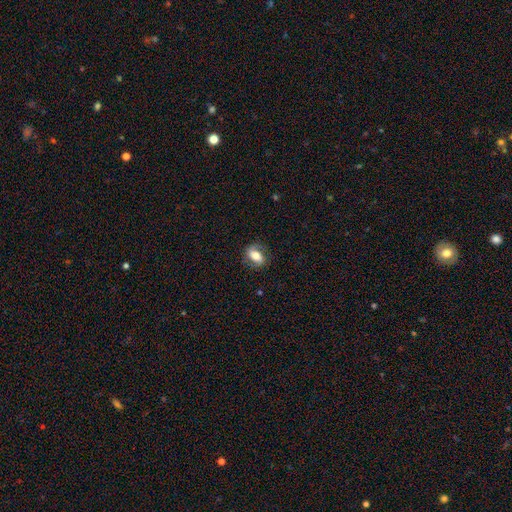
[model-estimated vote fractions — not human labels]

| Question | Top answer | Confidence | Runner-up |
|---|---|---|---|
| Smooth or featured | smooth | 50% | featured or disk (42%) |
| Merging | none | 75% | minor disturbance (17%) |